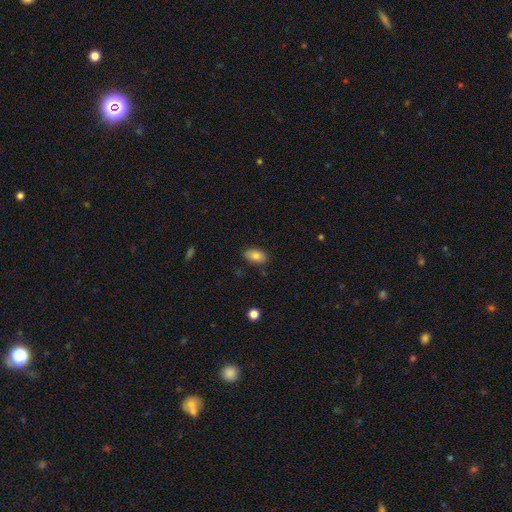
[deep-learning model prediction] Overall: smooth (82%). How rounded: in between (92%). Merging: none (81%).